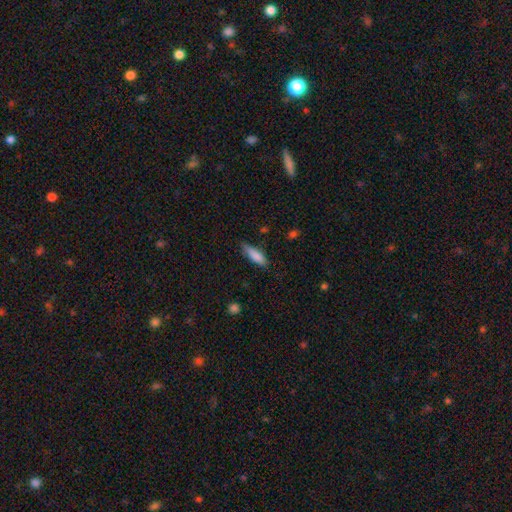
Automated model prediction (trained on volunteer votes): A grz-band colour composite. It shows a smooth galaxy with no disk features (84%) that is cigar-shaped (50%). Merging: none (74%).